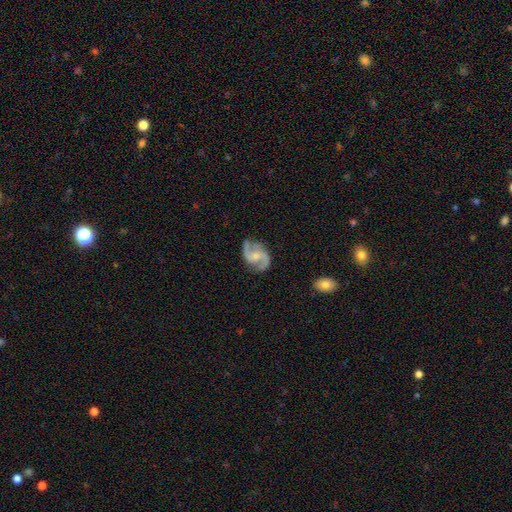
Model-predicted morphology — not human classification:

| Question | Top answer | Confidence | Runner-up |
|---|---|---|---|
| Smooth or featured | featured or disk | 89% | smooth (6%) |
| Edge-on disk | no | 98% | yes (2%) |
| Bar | no | 48% | weak (43%) |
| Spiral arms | yes | 98% | no (2%) |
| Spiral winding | medium | 56% | loose (30%) |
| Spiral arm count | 2 | 93% | can't tell (2%) |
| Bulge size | moderate | 43% | tied: small (43%) |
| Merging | none | 78% | minor disturbance (16%) |